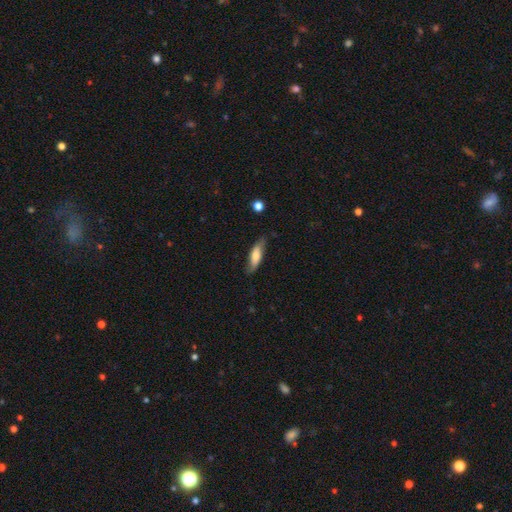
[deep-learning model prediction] This is likely a smooth galaxy (63%). How rounded: possibly in between (50%). Merging: likely none (74%).